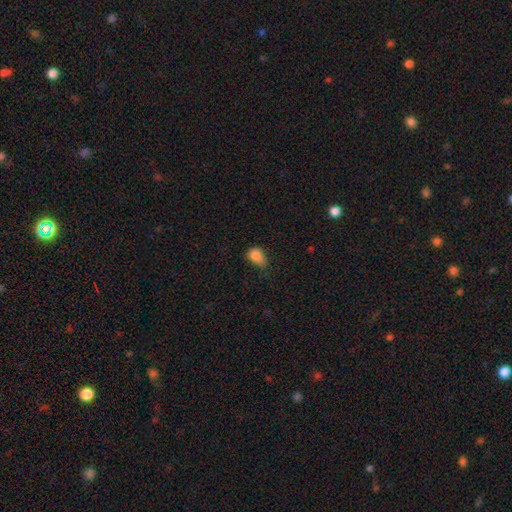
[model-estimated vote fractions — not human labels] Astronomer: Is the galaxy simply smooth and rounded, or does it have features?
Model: smooth — 84%.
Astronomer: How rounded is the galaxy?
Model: in between — 75%.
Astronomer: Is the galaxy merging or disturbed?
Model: minor disturbance — 43% (runner-up: none, 41%).